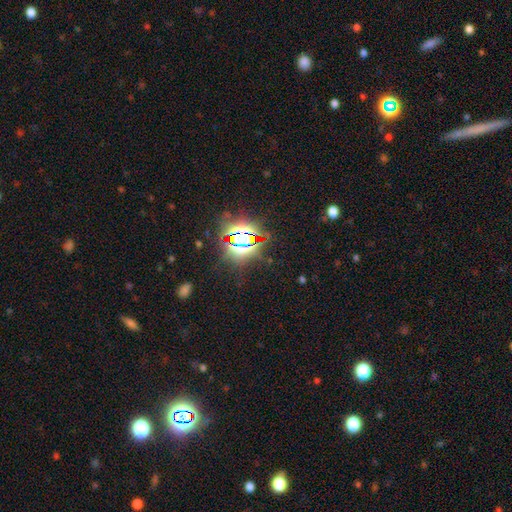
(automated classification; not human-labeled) Overall: star or artifact (83%).